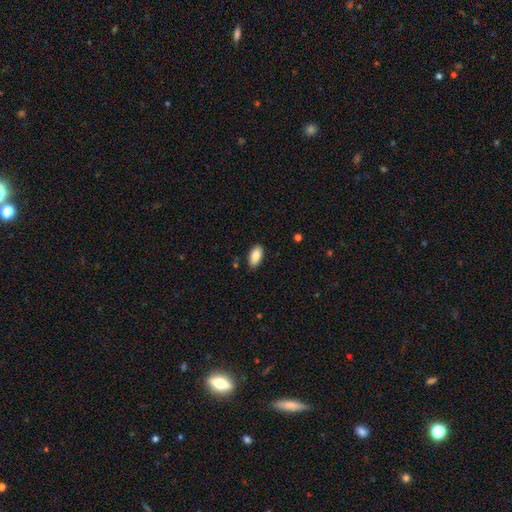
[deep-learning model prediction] Smooth or featured? smooth (87%)
How rounded? in between (93%)
Merging? none (85%)